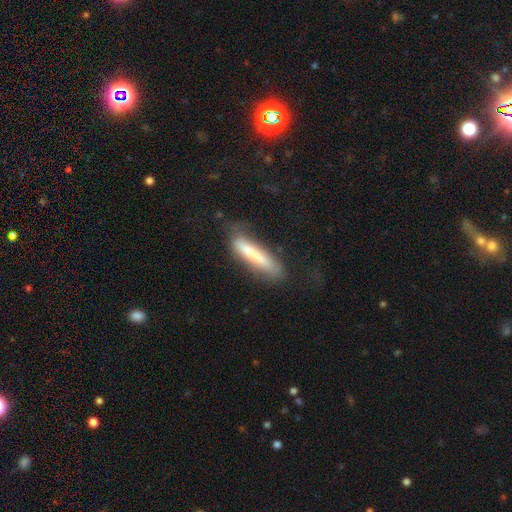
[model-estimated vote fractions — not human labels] This is likely a smooth galaxy (69%). How rounded: clearly cigar-shaped (87%). Merging: likely none (64%).